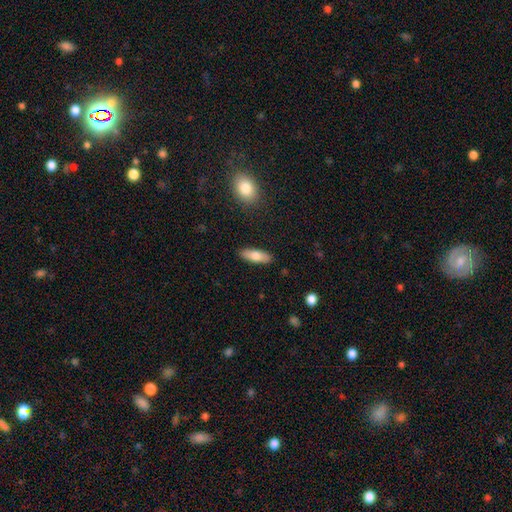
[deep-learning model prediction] This is likely a smooth galaxy (75%). How rounded: likely in between (63%). Merging: clearly none (88%).